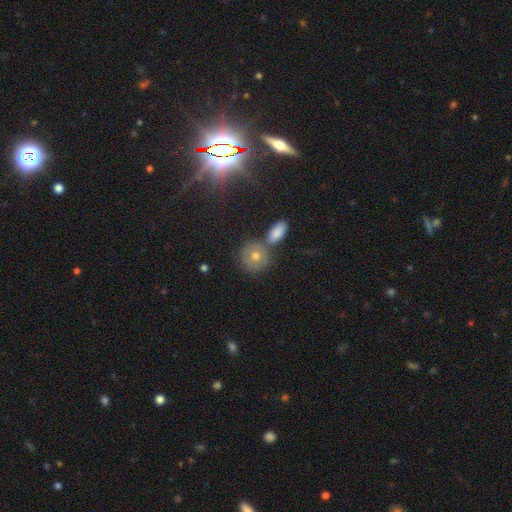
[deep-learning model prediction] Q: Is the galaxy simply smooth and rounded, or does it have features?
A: smooth — 40%.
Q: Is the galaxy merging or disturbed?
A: none — 69%.